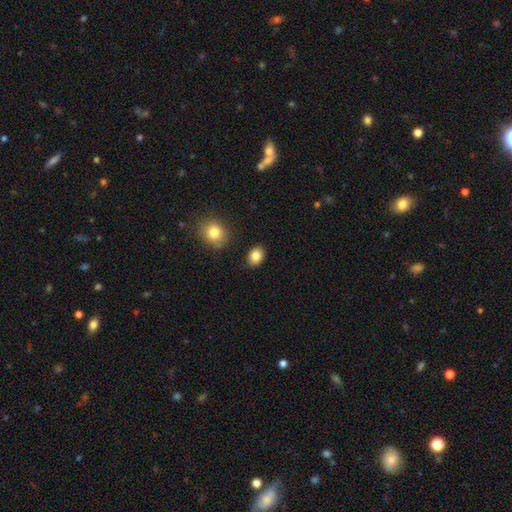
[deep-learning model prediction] Q: Smooth or featured?
A: smooth (85%); runner-up: star or artifact (9%)
Q: How rounded?
A: in between (64%); runner-up: round (35%)
Q: Merging?
A: none (87%); runner-up: minor disturbance (9%)